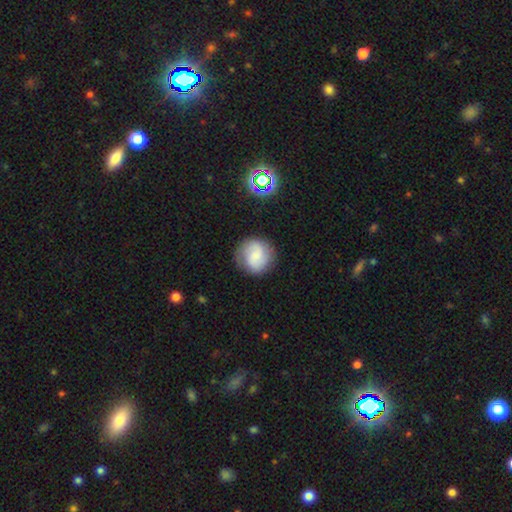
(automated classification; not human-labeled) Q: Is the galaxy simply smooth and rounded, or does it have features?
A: smooth — 53%.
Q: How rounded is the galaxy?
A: round — 89%.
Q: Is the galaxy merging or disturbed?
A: none — 79%.